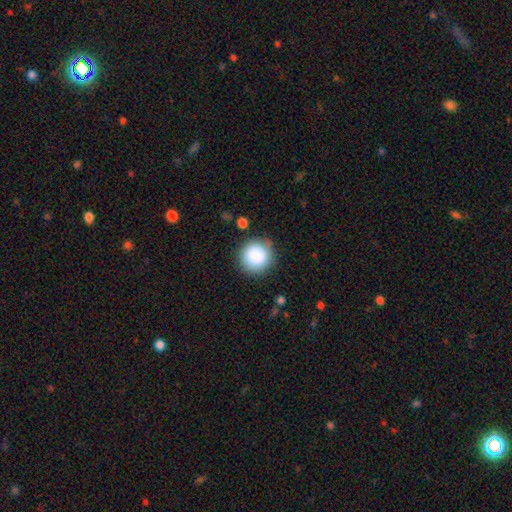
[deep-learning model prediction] This appears to be a smooth galaxy with no disk features (87%) that is round (93%). Merging: none (85%).